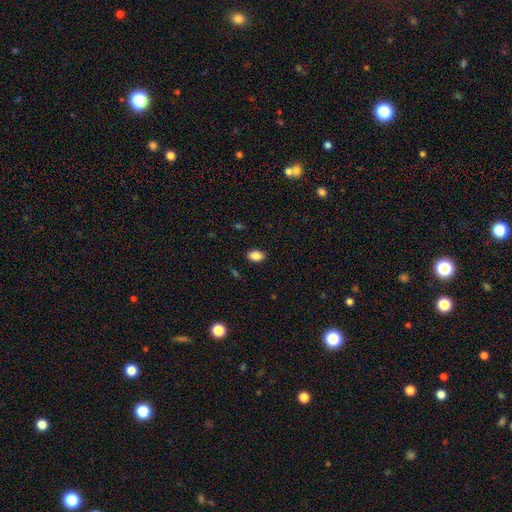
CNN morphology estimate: smooth 86%, star or artifact 9%, featured or disk 6%. Down the decision tree: how rounded — in between (87%); merging — none (86%).